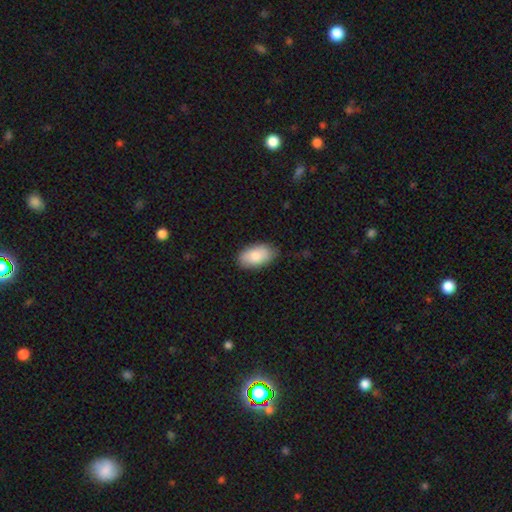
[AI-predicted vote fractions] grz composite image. It shows a smooth galaxy with no disk features (82%) that is in between round and cigar-shaped (94%). Merging: none (81%).